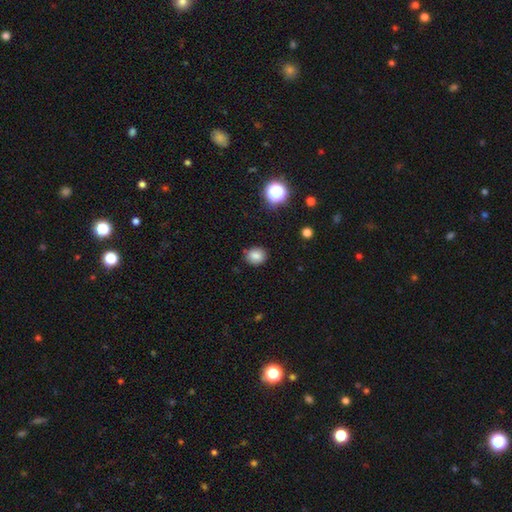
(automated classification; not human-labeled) Smooth or featured? Predicted: smooth (p=0.82). How rounded? Predicted: round (p=0.70). Merging? Predicted: none (p=0.84).